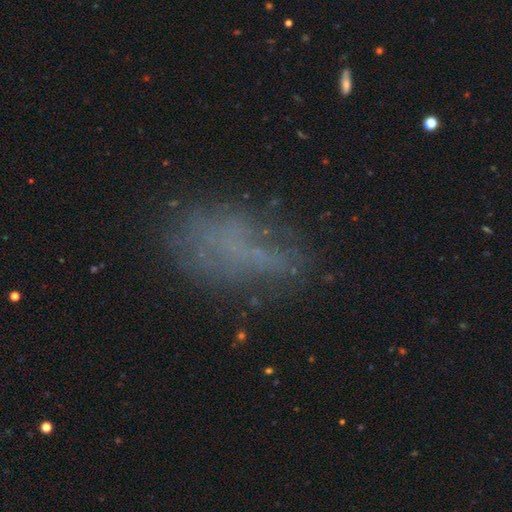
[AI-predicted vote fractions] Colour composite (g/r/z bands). It shows a smooth galaxy with no disk features (42%). Merging: none (50%).